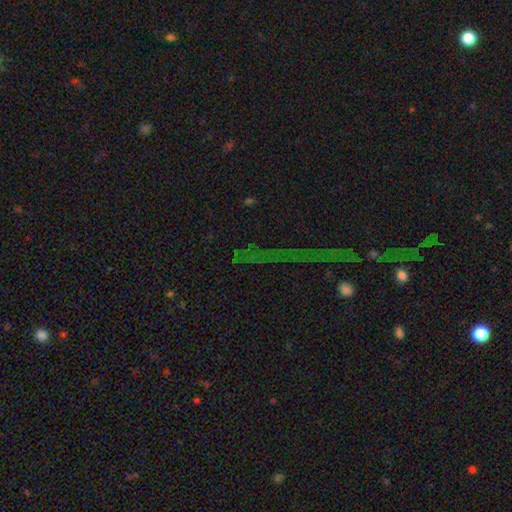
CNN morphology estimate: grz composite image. It shows a star or artifact, not a galaxy (76%).